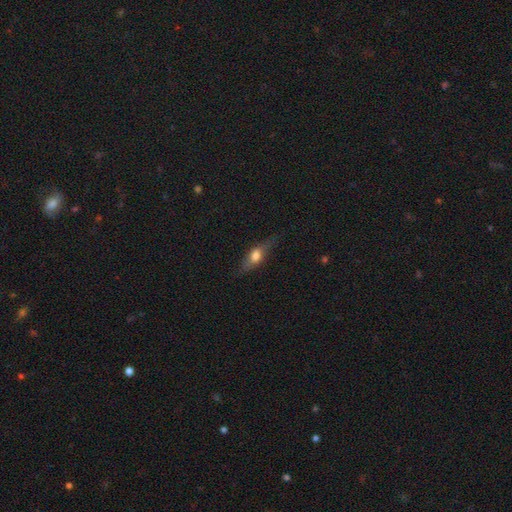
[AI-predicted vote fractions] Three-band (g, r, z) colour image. It shows a smooth galaxy with no disk features (53%) that is in between round and cigar-shaped (55%). Merging: none (73%).